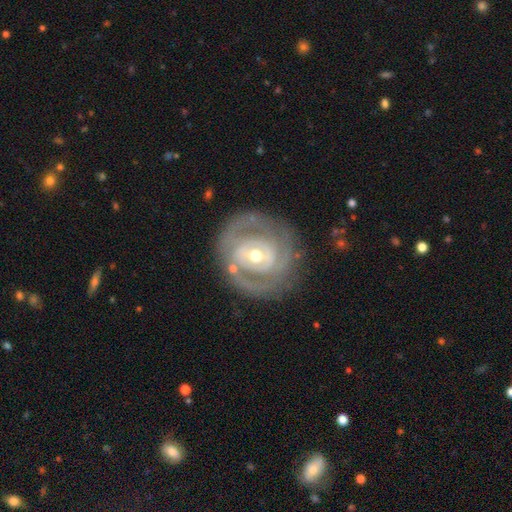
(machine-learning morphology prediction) smooth_or_featured: featured or disk (p=0.78) [alt: smooth p=0.17]
disk_edge_on: no (p=0.97) [alt: yes p=0.03]
bar: no (p=0.57) [alt: weak p=0.30]
has_spiral_arms: yes (p=0.65) [alt: no p=0.35]
bulge_size: moderate (p=0.66) [alt: small p=0.27]
merging: none (p=0.75) [alt: minor disturbance p=0.15]